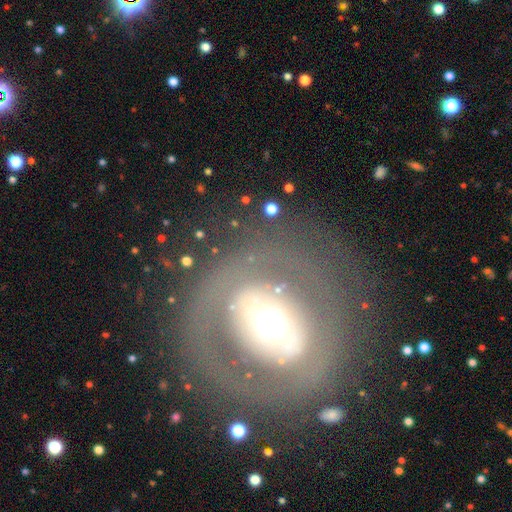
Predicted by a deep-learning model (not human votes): A featured or disk galaxy (68%) with no bar (42%), no spiral arms (69%) and a moderate central bulge (48%). Merging: none (78%).